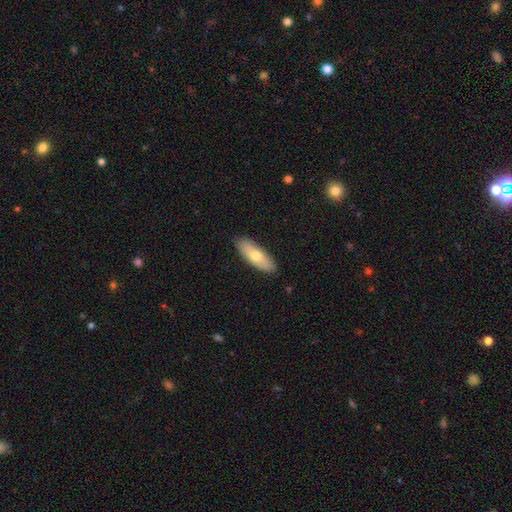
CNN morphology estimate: This is likely a smooth galaxy (68%). How rounded: likely in between (69%). Merging: clearly none (87%).